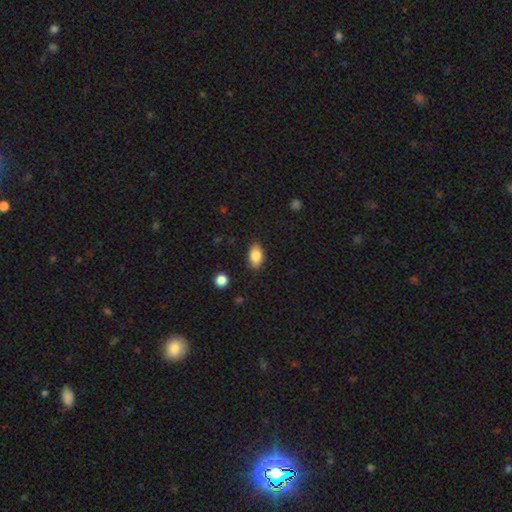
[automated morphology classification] Smooth or featured: smooth — 85% (star or artifact — 8%)
How rounded: in between — 90% (round — 8%)
Merging: none — 86% (minor disturbance — 10%)